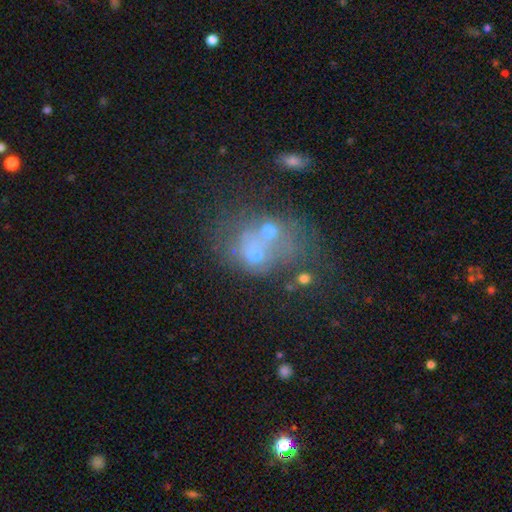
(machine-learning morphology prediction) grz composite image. It shows a smooth galaxy with no disk features (42%). Merging: merger (48%).